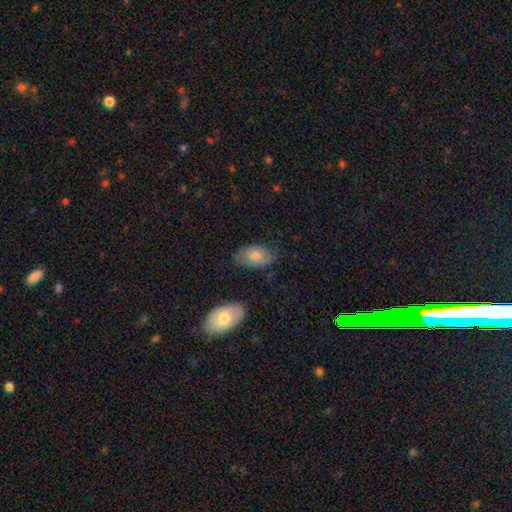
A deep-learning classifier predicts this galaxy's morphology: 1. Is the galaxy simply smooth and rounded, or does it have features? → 66% smooth, 25% featured or disk, 9% star or artifact.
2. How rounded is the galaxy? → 91% in between, 7% round, 2% cigar-shaped.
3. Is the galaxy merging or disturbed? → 67% none, 24% minor disturbance, 6% major disturbance, 3% merger.